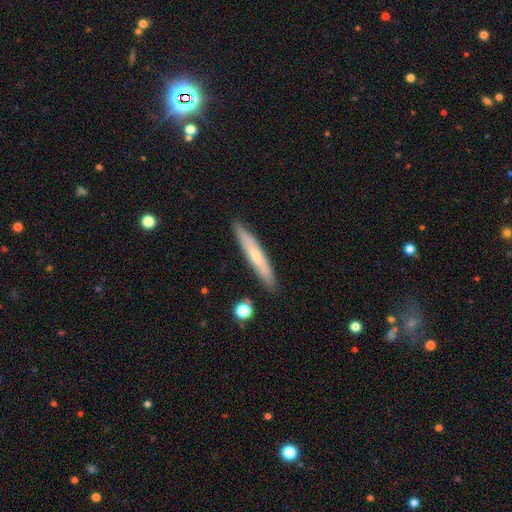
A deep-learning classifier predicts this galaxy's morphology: The model was most divided on "smooth or featured": smooth: 54%, featured or disk: 40%, star or artifact: 6%. More confident: how rounded — cigar-shaped (93%); merging — none (88%).